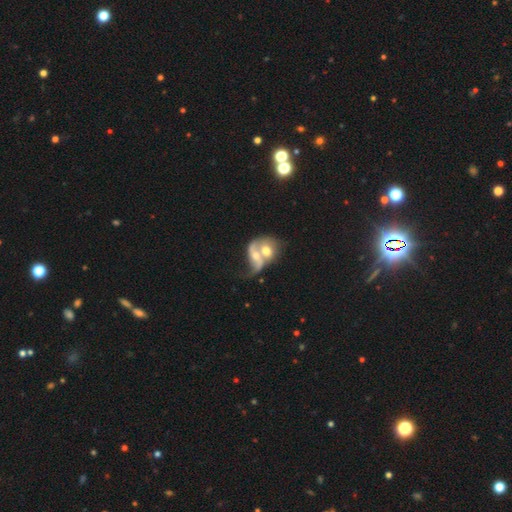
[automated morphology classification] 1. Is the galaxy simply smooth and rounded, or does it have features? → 65% featured or disk, 28% smooth, 7% star or artifact.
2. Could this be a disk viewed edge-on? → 96% no, 4% yes.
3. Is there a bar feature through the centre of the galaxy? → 58% no, 30% weak, 12% strong.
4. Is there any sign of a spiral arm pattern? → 71% yes, 29% no.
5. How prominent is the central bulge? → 61% moderate, 22% small, 11% large, 5% none, 2% dominant.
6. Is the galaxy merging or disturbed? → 77% merger, 9% none, 8% major disturbance, 5% minor disturbance.